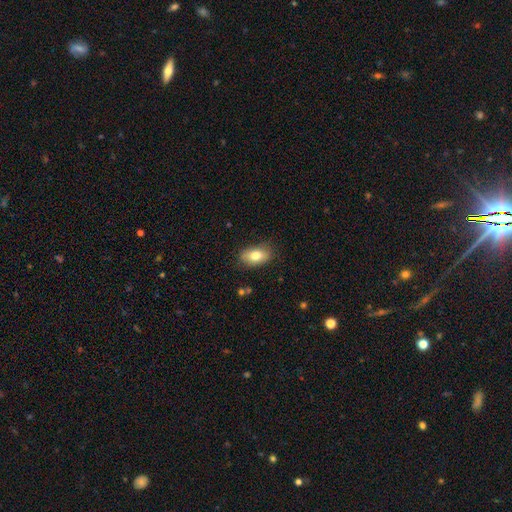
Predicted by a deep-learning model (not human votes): Smooth or featured? Predicted: smooth (p=0.79). How rounded? Predicted: in between (p=0.89). Merging? Predicted: none (p=0.80).